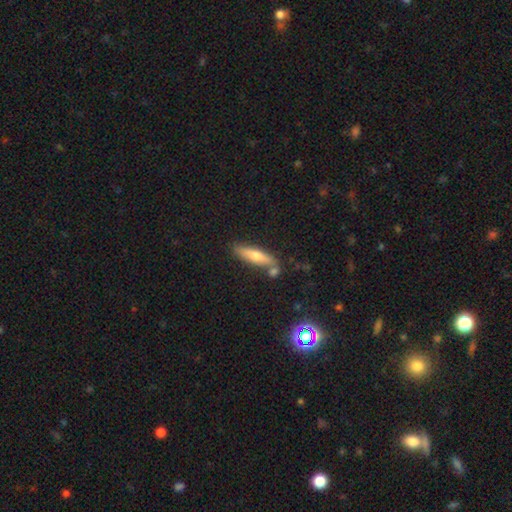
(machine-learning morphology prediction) smooth 55%, featured or disk 34%, star or artifact 11%. Down the decision tree: how rounded — cigar-shaped (74%); merging — none (74%).